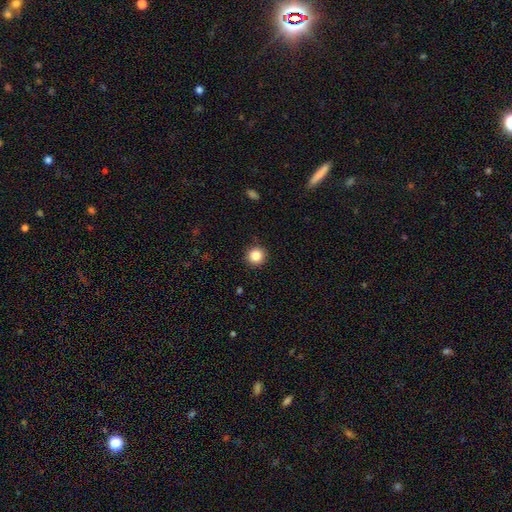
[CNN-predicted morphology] This is clearly a smooth galaxy (84%). How rounded: clearly round (94%). Merging: clearly none (91%).